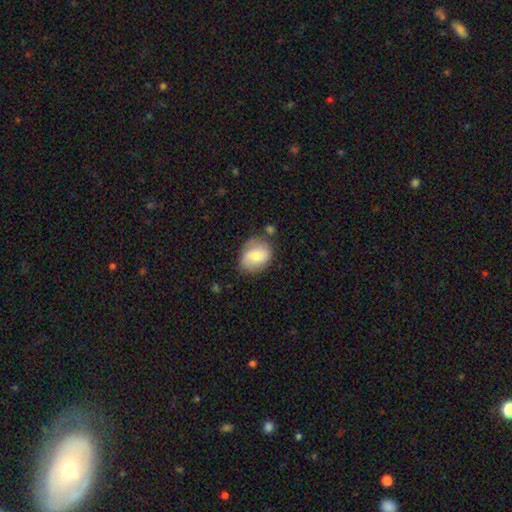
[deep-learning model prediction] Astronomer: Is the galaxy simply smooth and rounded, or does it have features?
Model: smooth — 65%.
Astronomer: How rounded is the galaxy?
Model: in between — 53% (runner-up: round, 45%).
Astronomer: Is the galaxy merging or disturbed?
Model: none — 71%.